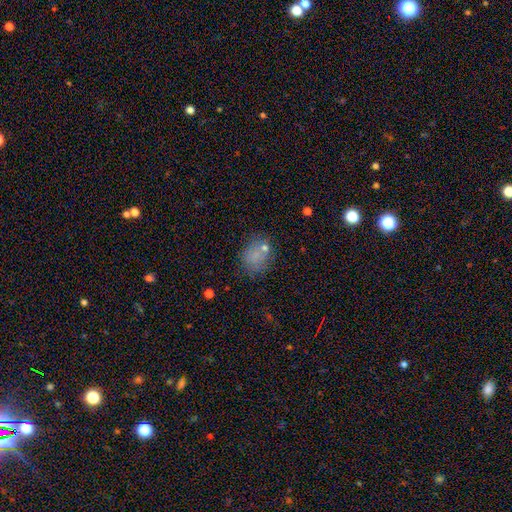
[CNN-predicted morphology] Smooth or featured? smooth (69%)
How rounded? round (53%)
Merging? none (63%)